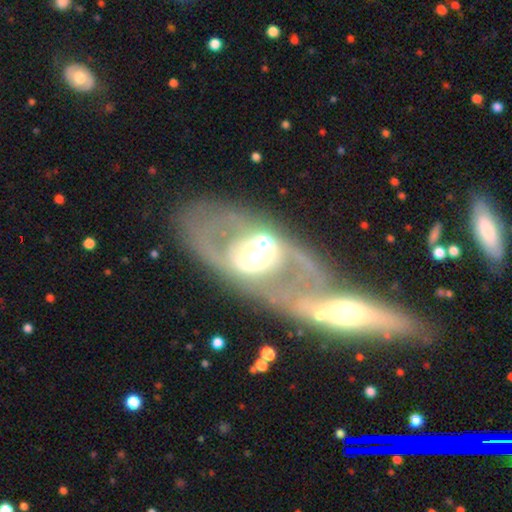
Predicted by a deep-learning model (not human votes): A featured or disk galaxy (75%) with no bar (52%), spiral arms (50%, tied with no) and a moderate central bulge (57%).

Vote fractions:
- Smooth or featured? featured or disk: 75% / smooth: 16% / star or artifact: 9%
- Edge-on disk? no: 89% / yes: 11%
- Bar? no: 52% / weak: 26% / strong: 22%
- Spiral arms? yes: 50% (tied) / no: 50% (tied)
- Bulge size? moderate: 57% / large: 26% / small: 10% / dominant: 4% / none: 2%
- Merging? none: 46% / merger: 33% / minor disturbance: 11% / major disturbance: 10%